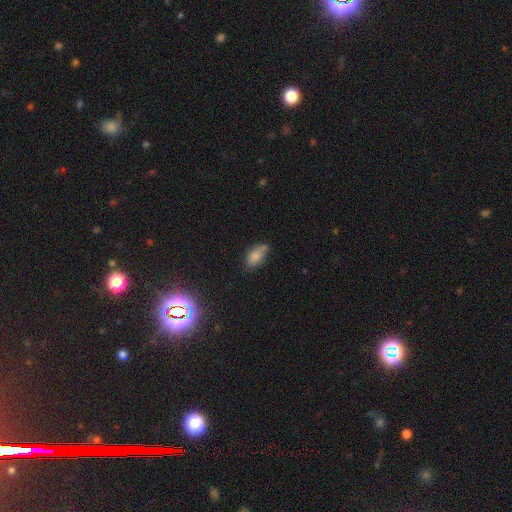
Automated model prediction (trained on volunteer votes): Smooth or featured?
  - smooth: 81% *
  - star or artifact: 11%
  - featured or disk: 9%
How rounded?
  - in between: 90% *
  - cigar-shaped: 5%
  - round: 5%
Merging?
  - none: 57% *
  - minor disturbance: 26%
  - merger: 11%
  - major disturbance: 6%